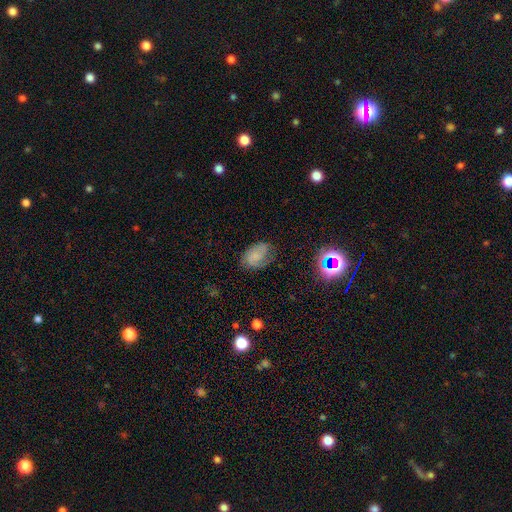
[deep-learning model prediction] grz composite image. It shows a smooth galaxy with no disk features (44%). Merging: none (56%).